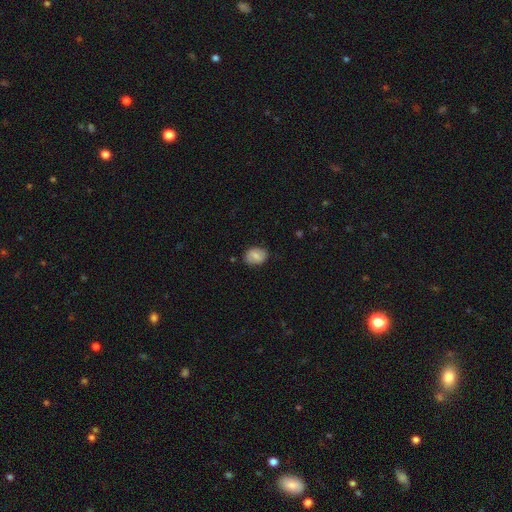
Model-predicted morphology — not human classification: A smooth galaxy with no disk features (67%) that is in between round and cigar-shaped (65%).

Vote fractions:
- Smooth or featured? smooth: 67% / featured or disk: 25% / star or artifact: 8%
- How rounded? in between: 65% / round: 34% / cigar-shaped: 1%
- Merging? none: 79% / minor disturbance: 16% / major disturbance: 3% / merger: 1%